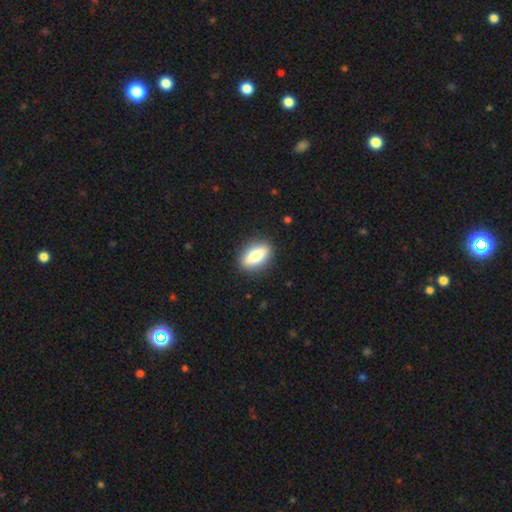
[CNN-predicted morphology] This appears to be a smooth galaxy with no disk features (65%) that is in between round and cigar-shaped (77%). Merging: none (89%).